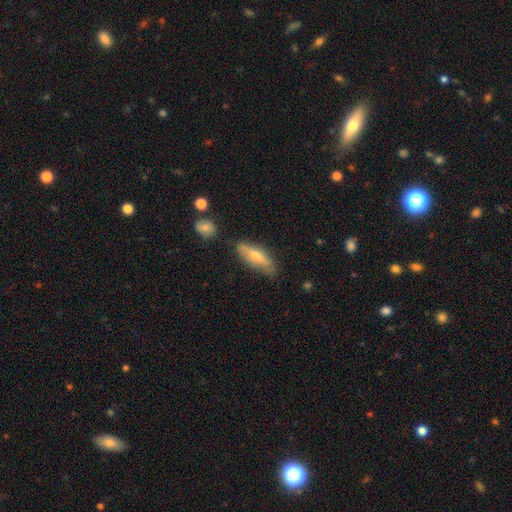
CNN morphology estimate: Smooth or featured: smooth — 48% (featured or disk — 45%)
Merging: none — 76% (minor disturbance — 17%)